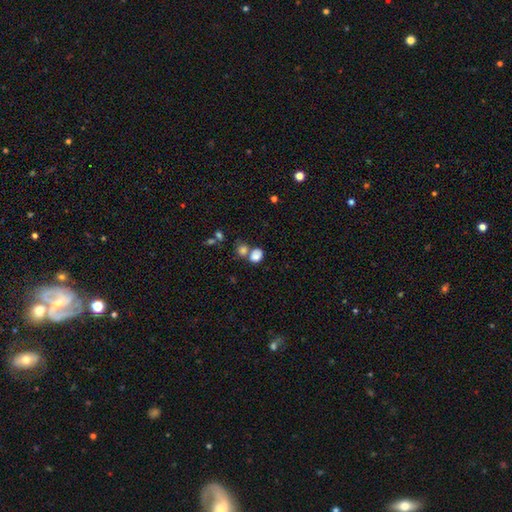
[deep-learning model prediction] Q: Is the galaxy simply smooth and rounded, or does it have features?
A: smooth — 79%.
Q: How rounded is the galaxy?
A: round — 56%.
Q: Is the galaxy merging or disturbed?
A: merger — 43%.